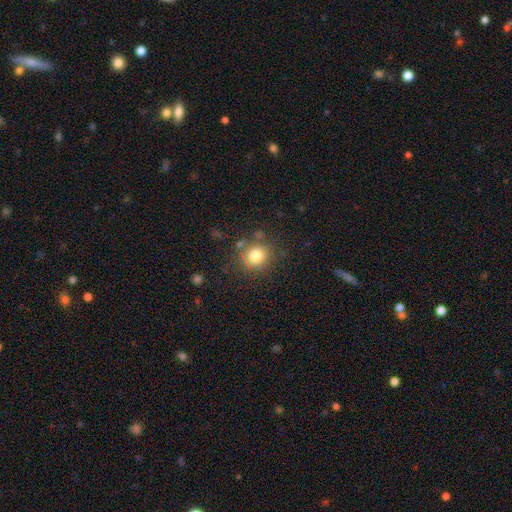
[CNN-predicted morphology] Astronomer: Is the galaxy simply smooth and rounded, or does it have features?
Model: smooth — 79%.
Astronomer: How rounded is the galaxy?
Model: round — 87%.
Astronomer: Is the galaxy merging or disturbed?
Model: none — 79%.